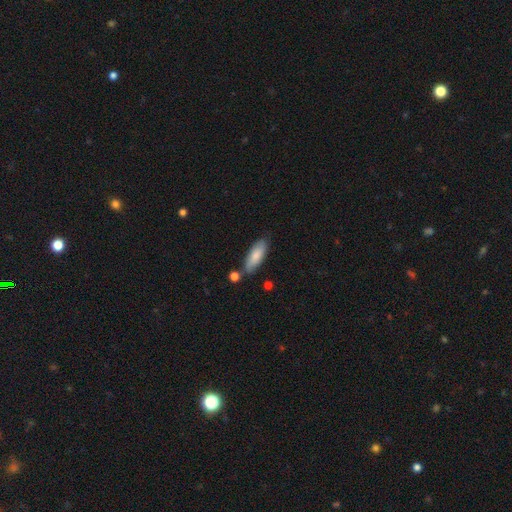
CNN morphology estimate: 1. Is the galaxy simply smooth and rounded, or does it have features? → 76% smooth, 18% featured or disk, 6% star or artifact.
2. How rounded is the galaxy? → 68% in between, 30% cigar-shaped, 2% round.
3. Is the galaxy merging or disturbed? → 71% none, 19% minor disturbance, 7% merger, 4% major disturbance.